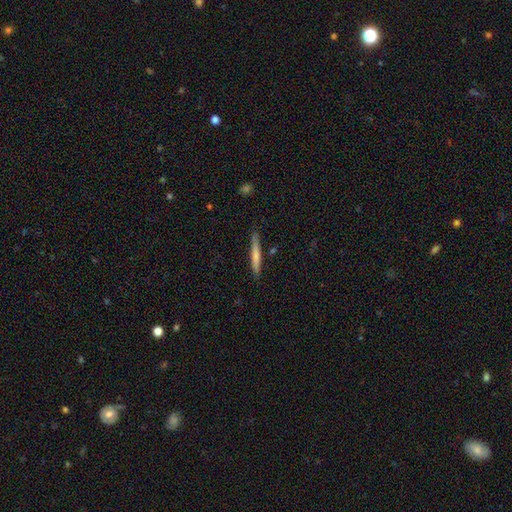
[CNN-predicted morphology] This appears to be a smooth galaxy with no disk features (68%) that is cigar-shaped (96%). Merging: none (87%).